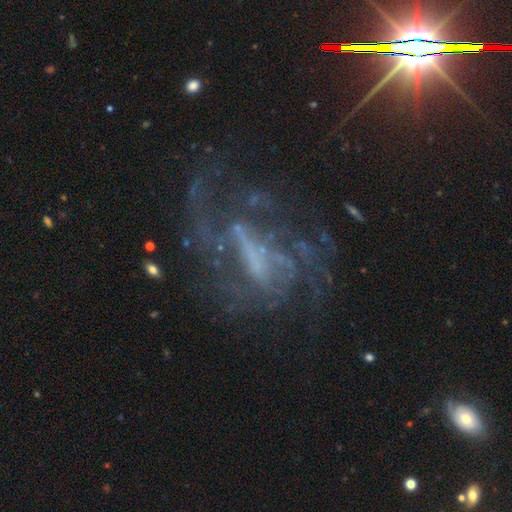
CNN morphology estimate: A featured or disk galaxy (73%) with a weak bar (36%), medium (41%) spiral arms (76%) and no central bulge (55%). Merging: none (45%).